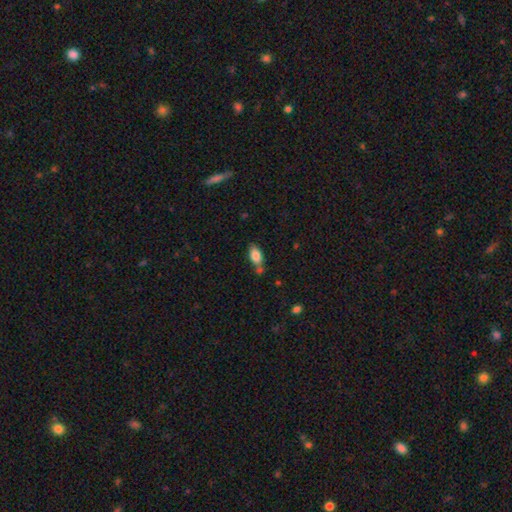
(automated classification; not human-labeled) A smooth galaxy with no disk features (82%) that is in between round and cigar-shaped (90%). Merging: none (59%).